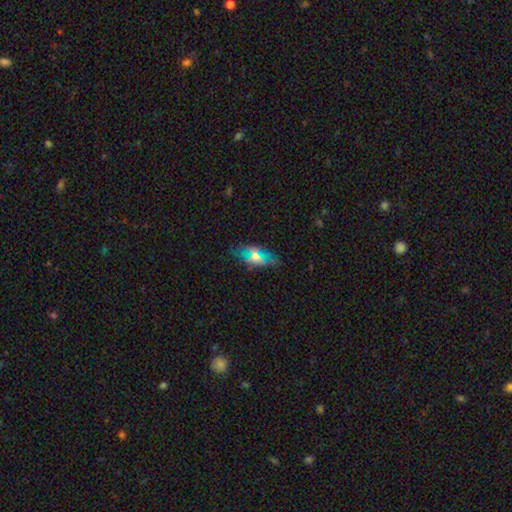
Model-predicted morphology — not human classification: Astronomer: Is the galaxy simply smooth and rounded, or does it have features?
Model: smooth — 52%.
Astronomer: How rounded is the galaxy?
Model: in between — 82%.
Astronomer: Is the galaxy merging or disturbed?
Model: none — 79%.